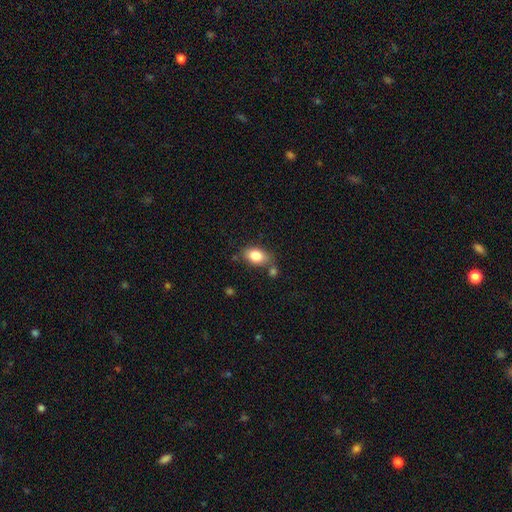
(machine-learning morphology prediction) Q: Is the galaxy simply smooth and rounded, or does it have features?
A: smooth — 83%.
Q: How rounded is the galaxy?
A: in between — 86%.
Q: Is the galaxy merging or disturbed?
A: none — 69%.